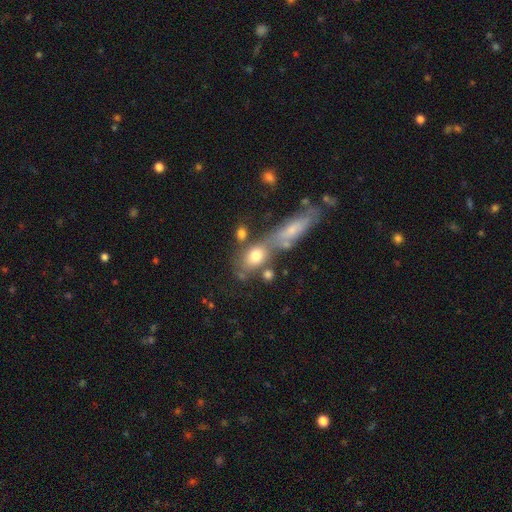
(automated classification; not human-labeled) Morphology: type=smooth (72%); roundness=in between (67%); merging=none (44%).